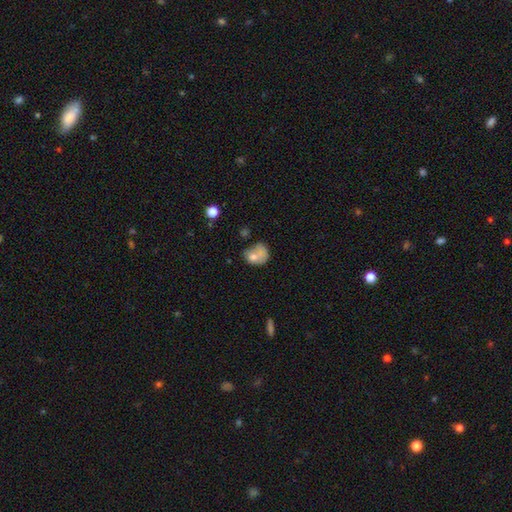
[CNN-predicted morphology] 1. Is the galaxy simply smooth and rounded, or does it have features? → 70% smooth, 20% featured or disk, 10% star or artifact.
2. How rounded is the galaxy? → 52% round, 47% in between, 1% cigar-shaped.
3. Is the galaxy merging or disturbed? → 31% none, 25% merger, 24% minor disturbance, 19% major disturbance.